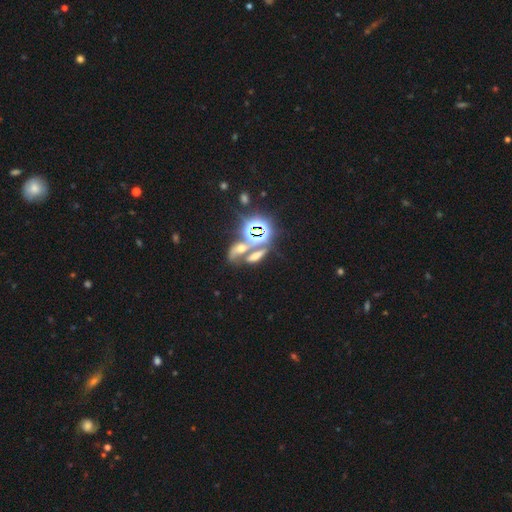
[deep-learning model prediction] Smooth or featured? Predicted: star or artifact (p=0.42).